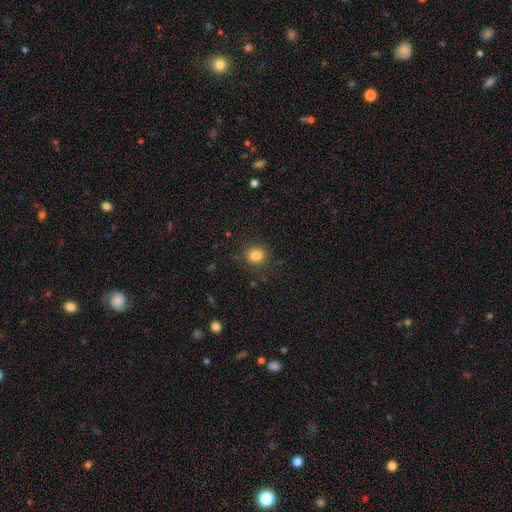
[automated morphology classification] Overall: smooth (84%). How rounded: round (67%; in between 32%). Merging: none (86%).